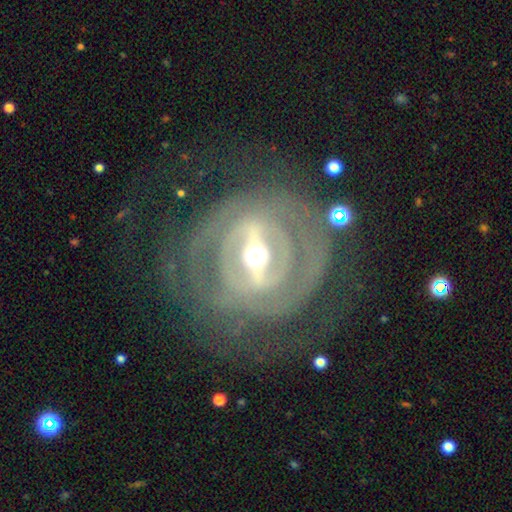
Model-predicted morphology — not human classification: smooth-or-featured: featured or disk: 86% | smooth: 8% | star or artifact: 5%
  disk-edge-on: no: 93% | yes: 7%
    bar: strong: 70% | weak: 21% | no: 9%
    has-spiral-arms: yes: 75% | no: 25%
      spiral-winding: tight: 67% | medium: 23% | loose: 10%
      spiral-arm-count: 2: 46% | can't tell: 29% | 3: 9% | 1: 6% | 4: 6% | more than 4: 5%
    bulge-size: moderate: 69% | small: 17% | large: 11% | dominant: 1% | none: 1%
  merging: none: 72% | minor disturbance: 13% | major disturbance: 12% | merger: 3%